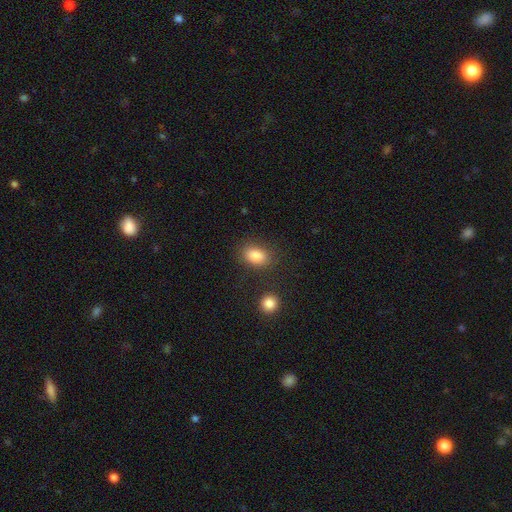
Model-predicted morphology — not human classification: Smooth or featured? Predicted: smooth (p=0.86). How rounded? Predicted: in between (p=0.81). Merging? Predicted: none (p=0.80).